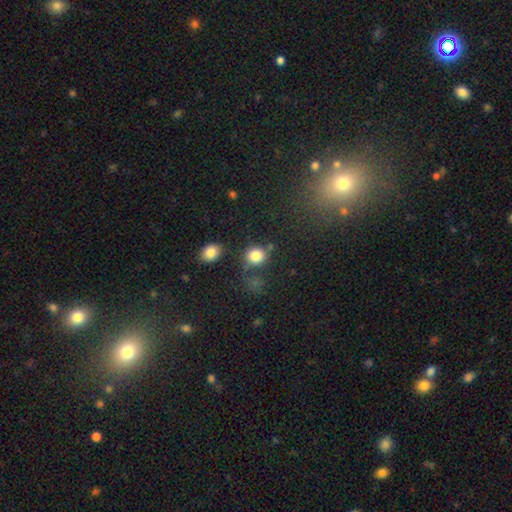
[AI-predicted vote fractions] Morphology: type=smooth (84%); roundness=round (76%); merging=none (67%).